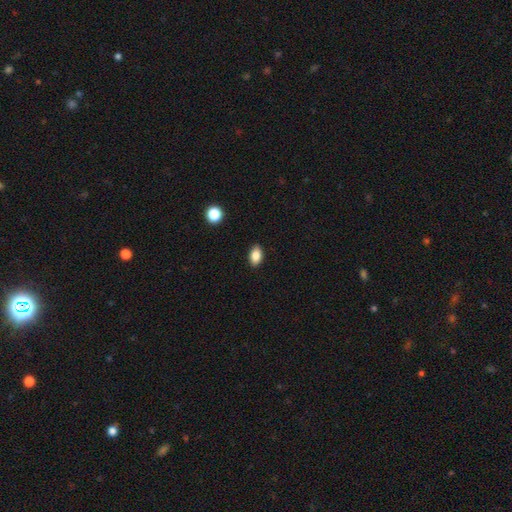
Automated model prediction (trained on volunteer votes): Overall: smooth (85%). How rounded: in between (89%). Merging: none (88%).